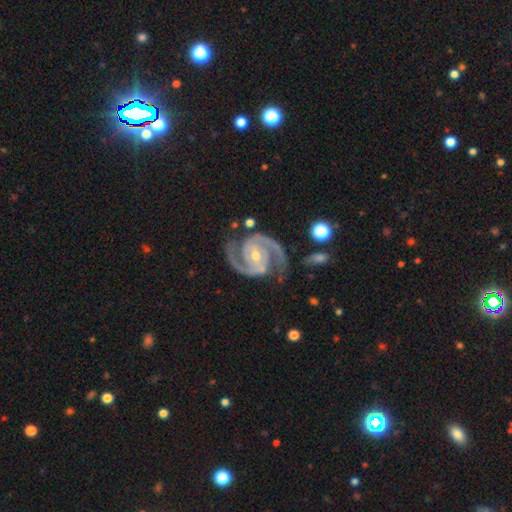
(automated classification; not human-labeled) smooth-or-featured: featured or disk: 94% | star or artifact: 4% | smooth: 2%
  disk-edge-on: no: 98% | yes: 2%
    bar: no: 41% | weak: 33% | strong: 26%
    has-spiral-arms: yes: 99% | no: 1%
      spiral-winding: medium: 50% | tight: 44% | loose: 6%
      spiral-arm-count: 2: 93% | 3: 3% | can't tell: 1% | 1: 1% | 4: 1% | more than 4: 1%
    bulge-size: small: 56% | moderate: 41% | large: 1% | none: 1% | dominant: 1%
  merging: none: 79% | minor disturbance: 14% | major disturbance: 5% | merger: 2%